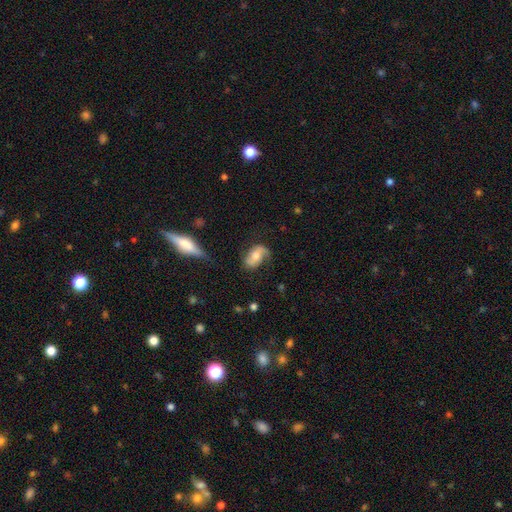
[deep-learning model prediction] A featured or disk galaxy (62%) with no bar (54%), 2 (85%) loose (48%) spiral arms (88%) and a moderate central bulge (63%). Merging: none (62%).